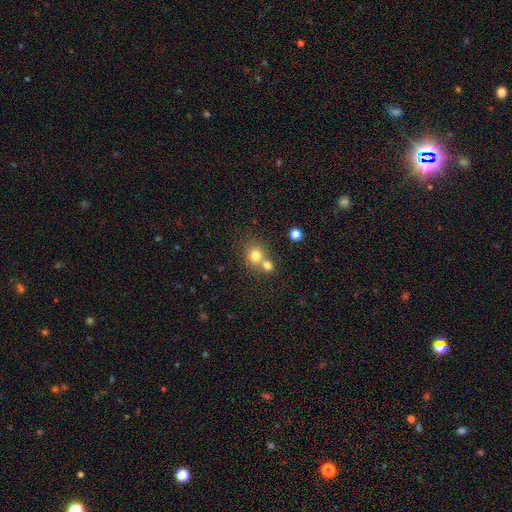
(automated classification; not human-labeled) This is likely a smooth galaxy (77%). How rounded: likely round (79%). Merging: possibly none (47%).